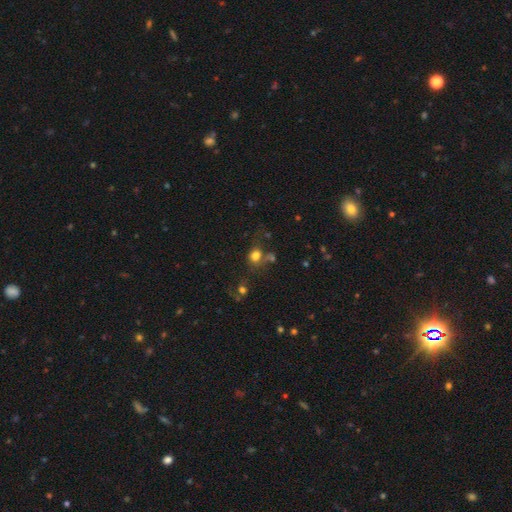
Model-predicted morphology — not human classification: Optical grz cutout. It shows a smooth galaxy with no disk features (75%) that is round (64%). Merging: none (50%).